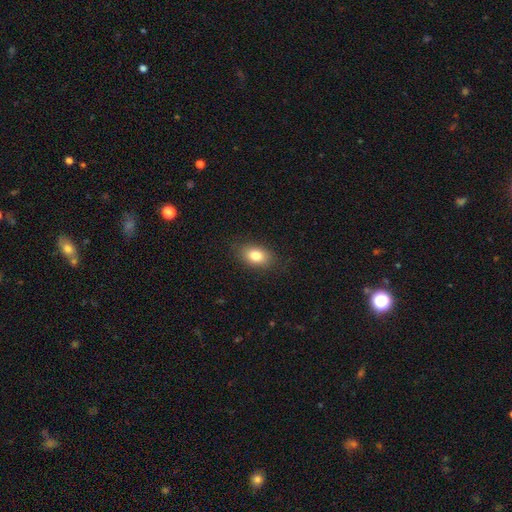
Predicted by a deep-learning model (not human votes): Smooth or featured?
  - smooth: 81% *
  - featured or disk: 10%
  - star or artifact: 9%
How rounded?
  - in between: 82% *
  - round: 17%
  - cigar-shaped: 2%
Merging?
  - none: 86% *
  - minor disturbance: 10%
  - major disturbance: 3%
  - merger: 1%